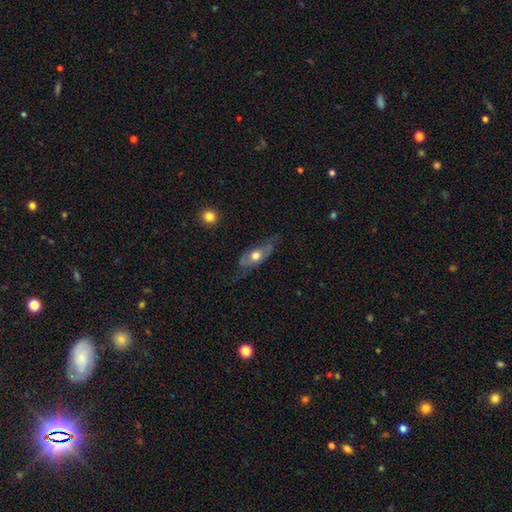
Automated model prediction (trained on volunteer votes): Q: Smooth or featured?
A: featured or disk (55%); runner-up: smooth (39%)
Q: Edge-on disk?
A: no (59%); runner-up: yes (41%)
Q: Merging?
A: none (59%); runner-up: minor disturbance (27%)